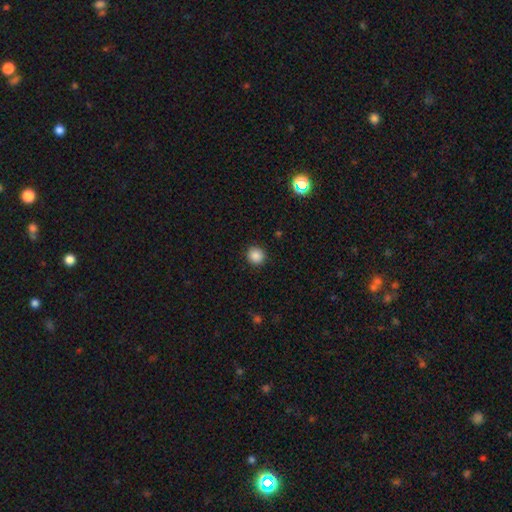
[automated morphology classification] Smooth or featured?
  - smooth: 86% *
  - star or artifact: 11%
  - featured or disk: 3%
How rounded?
  - round: 92% *
  - in between: 7%
  - cigar-shaped: 1%
Merging?
  - none: 91% *
  - minor disturbance: 6%
  - major disturbance: 2%
  - merger: 1%